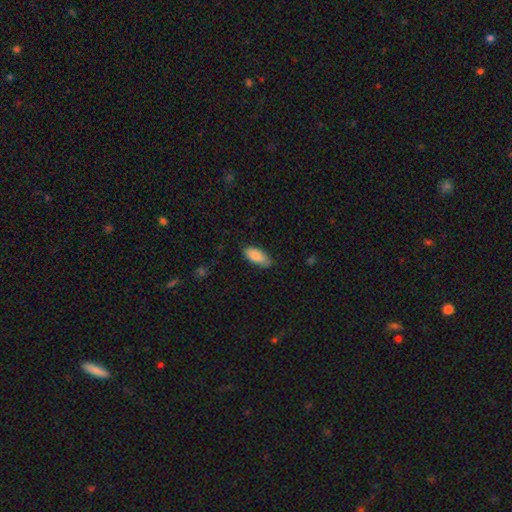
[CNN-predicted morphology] smooth 86%, featured or disk 7%, star or artifact 6%. Down the decision tree: how rounded — in between (85%); merging — none (78%).